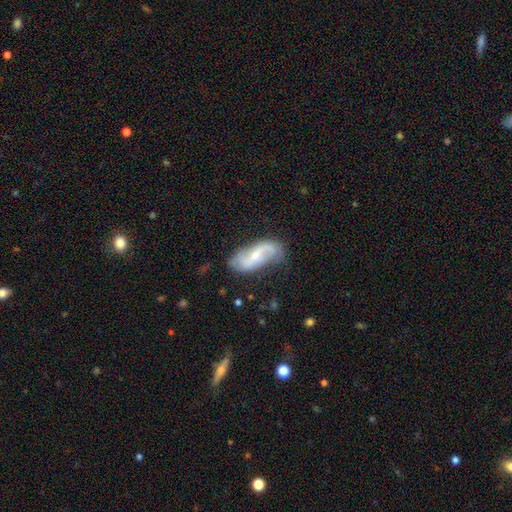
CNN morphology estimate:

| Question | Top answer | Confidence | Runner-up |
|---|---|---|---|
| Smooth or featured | featured or disk | 73% | smooth (20%) |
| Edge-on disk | no | 94% | yes (6%) |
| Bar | weak | 42% | no (37%) |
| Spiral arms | yes | 91% | no (9%) |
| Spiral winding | loose | 68% | medium (23%) |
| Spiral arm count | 2 | 88% | can't tell (6%) |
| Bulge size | small | 59% | moderate (34%) |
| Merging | none | 67% | minor disturbance (23%) |